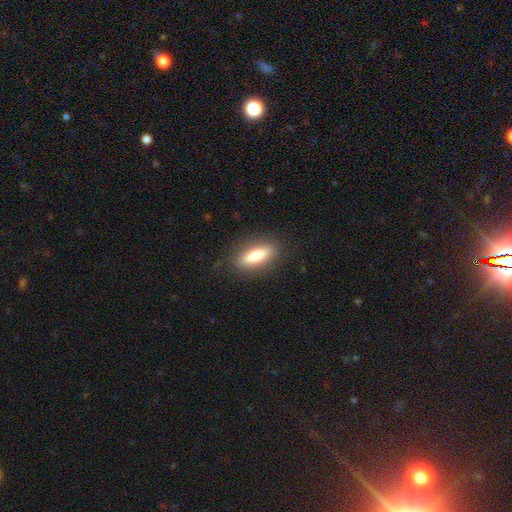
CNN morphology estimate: smooth_or_featured: smooth (p=0.68) [alt: featured or disk p=0.25]
how_rounded: in between (p=0.59) [alt: cigar-shaped p=0.38]
merging: none (p=0.86) [alt: minor disturbance p=0.10]